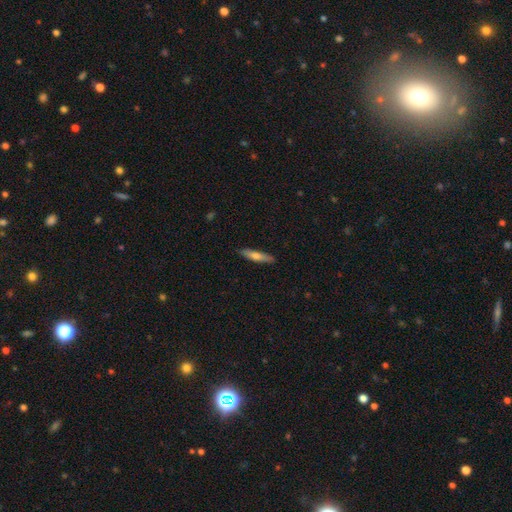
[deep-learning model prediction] Q: Smooth or featured?
A: smooth (64%); runner-up: featured or disk (30%)
Q: How rounded?
A: cigar-shaped (83%); runner-up: in between (15%)
Q: Merging?
A: none (89%); runner-up: minor disturbance (8%)